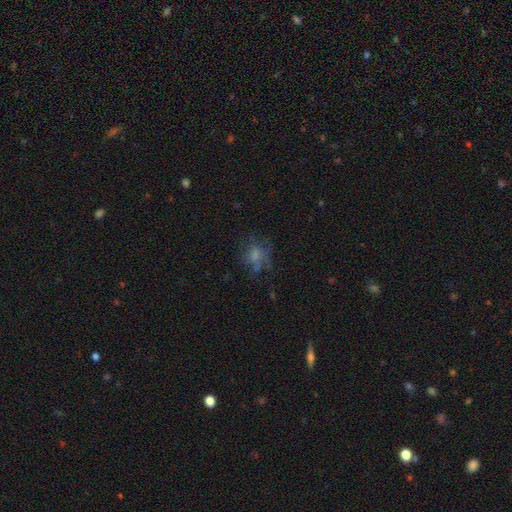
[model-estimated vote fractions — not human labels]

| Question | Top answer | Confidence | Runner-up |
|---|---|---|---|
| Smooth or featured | smooth | 51% | featured or disk (30%) |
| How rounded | round | 61% | in between (37%) |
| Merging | none | 51% | major disturbance (24%) |